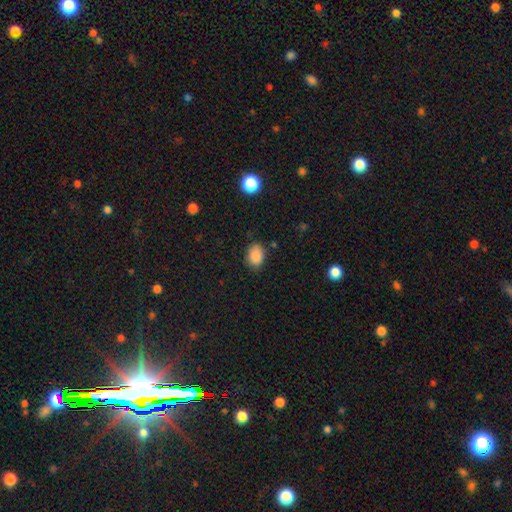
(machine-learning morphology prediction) smooth_or_featured: smooth (p=0.88) [alt: star or artifact p=0.09]
how_rounded: in between (p=0.76) [alt: round p=0.23]
merging: none (p=0.82) [alt: minor disturbance p=0.14]